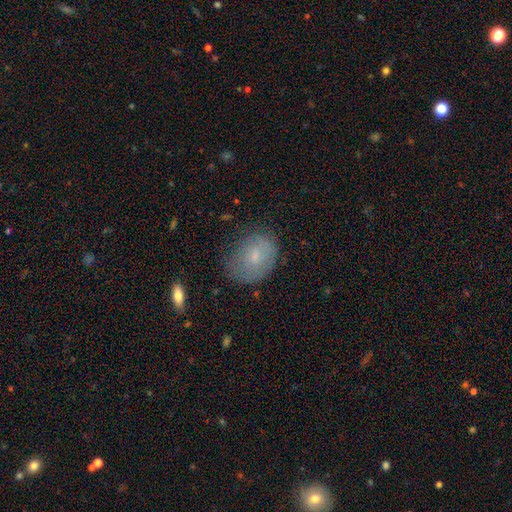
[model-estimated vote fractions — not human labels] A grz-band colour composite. It shows a smooth galaxy with no disk features (64%) that is in between round and cigar-shaped (64%). Merging: none (62%).